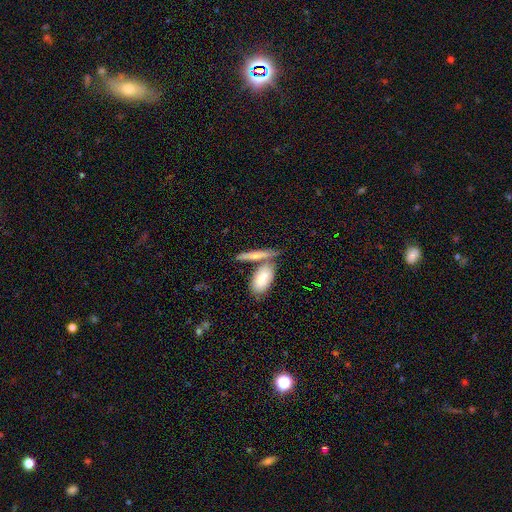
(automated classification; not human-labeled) Morphology: type=smooth (57%); roundness=cigar-shaped (60%); merging=none (53%).